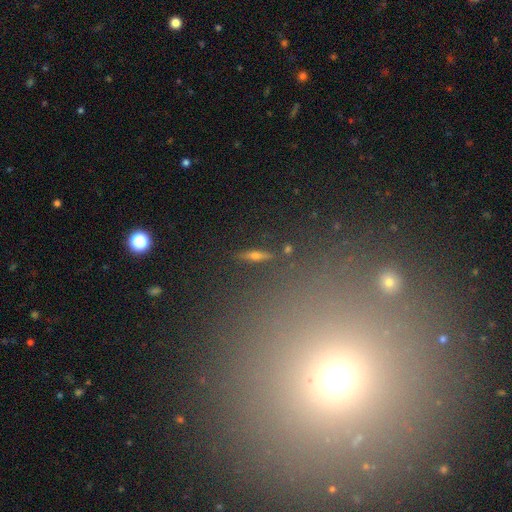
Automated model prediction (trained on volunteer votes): Morphology: type=featured or disk (51%); edge-on=yes (84%); merging=none (86%).